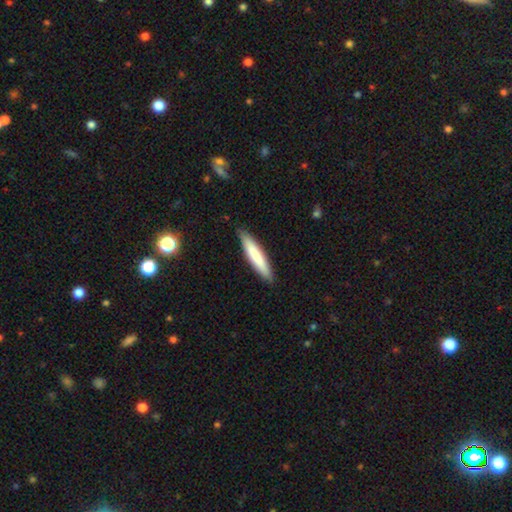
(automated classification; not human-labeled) This appears to be a smooth galaxy with no disk features (76%) that is cigar-shaped (88%). Merging: none (88%).